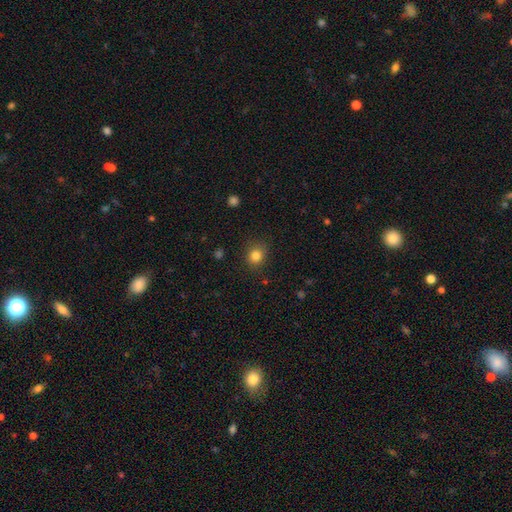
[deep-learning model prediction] A smooth galaxy with no disk features (83%) that is round (78%).

Vote fractions:
- Smooth or featured? smooth: 83% / star or artifact: 12% / featured or disk: 5%
- How rounded? round: 78% / in between: 21% / cigar-shaped: 1%
- Merging? none: 86% / minor disturbance: 10% / major disturbance: 3% / merger: 1%